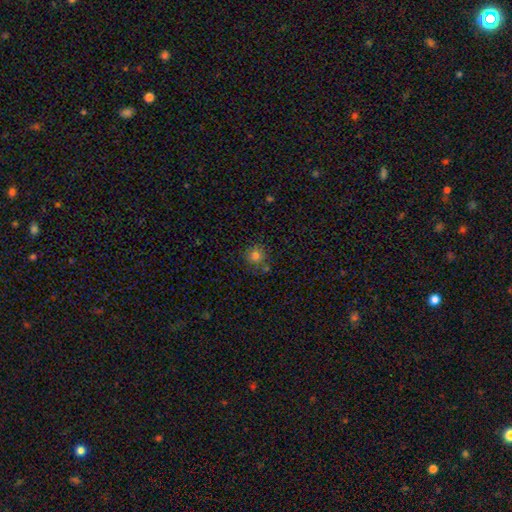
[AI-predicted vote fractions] The model was most divided on "merging": none: 74%, minor disturbance: 14%, merger: 9%, major disturbance: 4%. More confident: how rounded — round (89%); smooth or featured — smooth (80%).